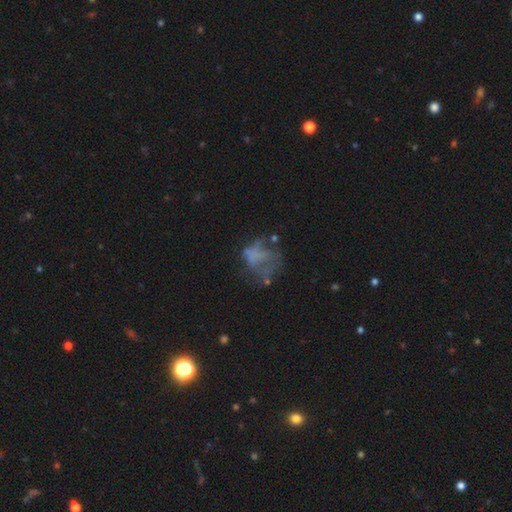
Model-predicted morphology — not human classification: Q: Smooth or featured?
A: featured or disk (44%); runner-up: smooth (37%)
Q: Merging?
A: major disturbance (39%); runner-up: none (34%)